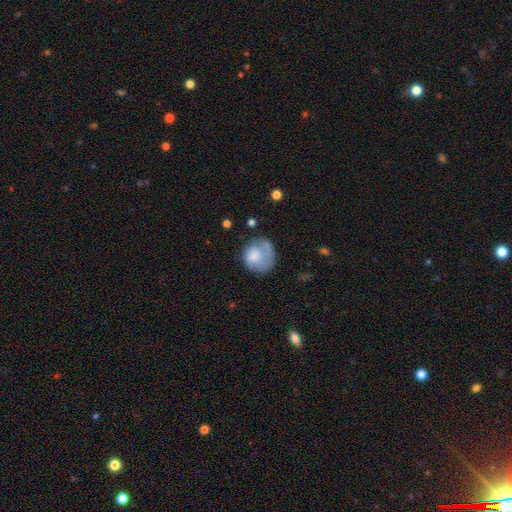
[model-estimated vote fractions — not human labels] A smooth galaxy with no disk features (65%) that is round (73%). Merging: none (43%).